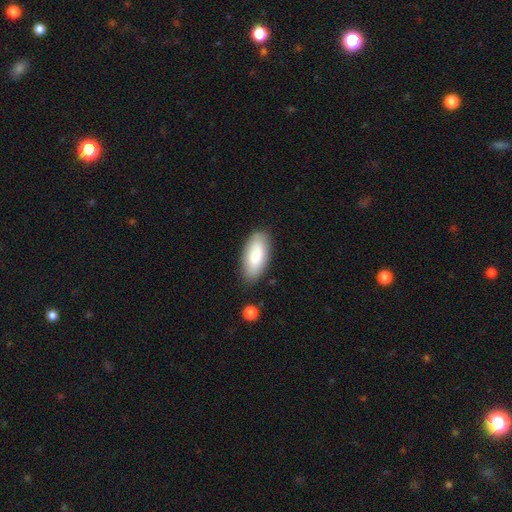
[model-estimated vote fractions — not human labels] Morphology: type=smooth (83%); roundness=in between (90%); merging=none (81%).